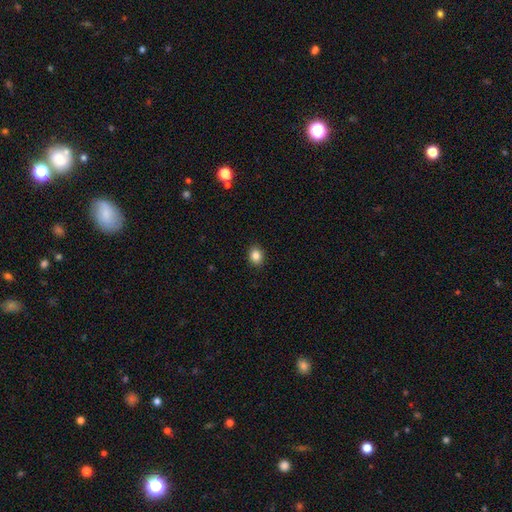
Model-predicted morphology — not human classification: This is clearly a smooth galaxy (86%). How rounded: possibly round (54%). Merging: clearly none (91%).